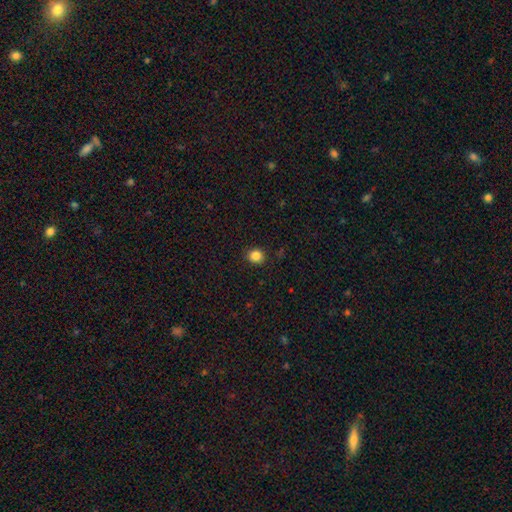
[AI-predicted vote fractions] Morphology: type=smooth (85%); roundness=round (83%); merging=none (90%).